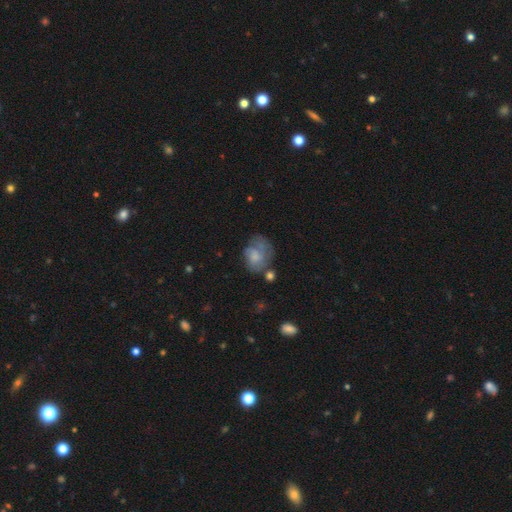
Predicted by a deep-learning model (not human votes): Smooth or featured: smooth — 52% (featured or disk — 39%)
How rounded: in between — 56% (round — 43%)
Merging: none — 36% (major disturbance — 29%)